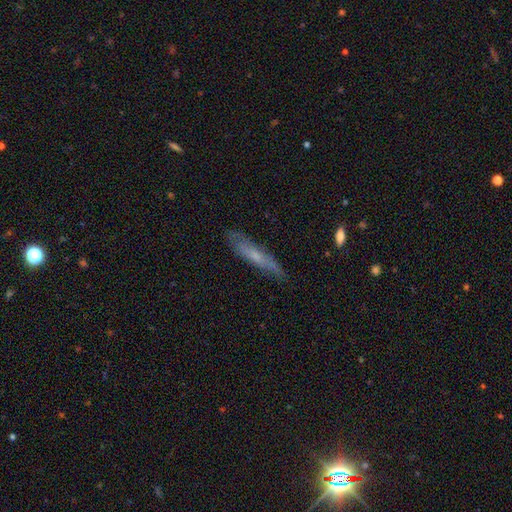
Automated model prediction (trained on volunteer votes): smooth-or-featured: smooth: 48% | featured or disk: 45% | star or artifact: 7%
  merging: none: 74% | minor disturbance: 20% | major disturbance: 4% | merger: 2%